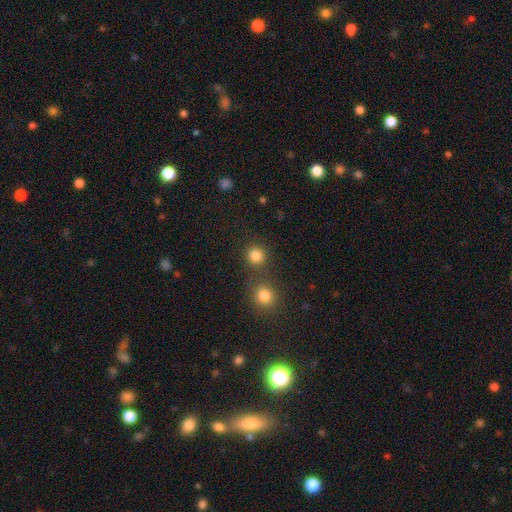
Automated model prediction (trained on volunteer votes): smooth_or_featured: smooth (p=0.83) [alt: star or artifact p=0.13]
how_rounded: round (p=0.92) [alt: in between p=0.07]
merging: none (p=0.73) [alt: merger p=0.18]